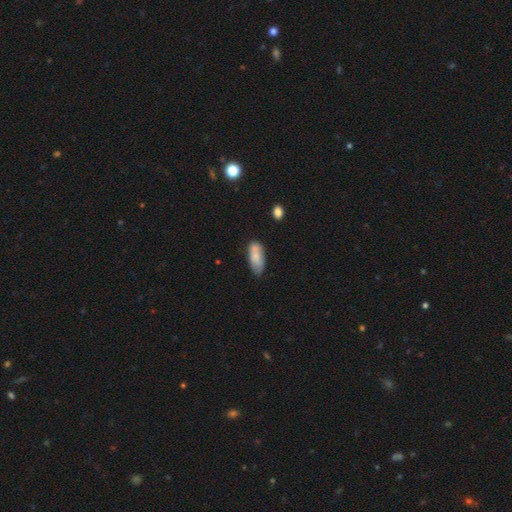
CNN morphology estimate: This is likely a smooth galaxy (77%). How rounded: clearly in between (83%). Merging: likely none (62%).